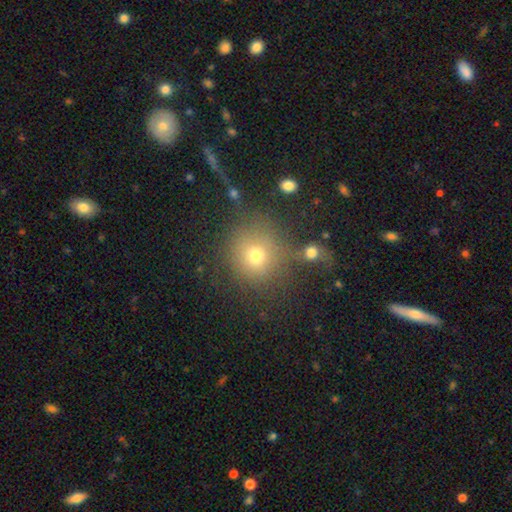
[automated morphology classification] Smooth or featured: smooth — 71% (star or artifact — 17%)
How rounded: round — 89% (in between — 10%)
Merging: none — 66% (merger — 14%)